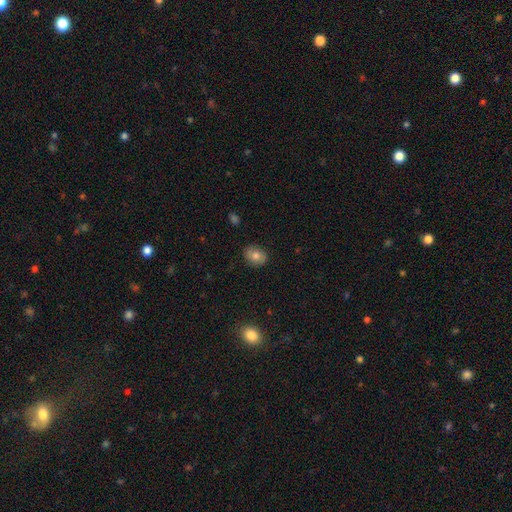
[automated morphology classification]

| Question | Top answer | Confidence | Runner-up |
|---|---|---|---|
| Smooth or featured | smooth | 78% | featured or disk (13%) |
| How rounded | in between | 54% | round (45%) |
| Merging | none | 85% | minor disturbance (12%) |